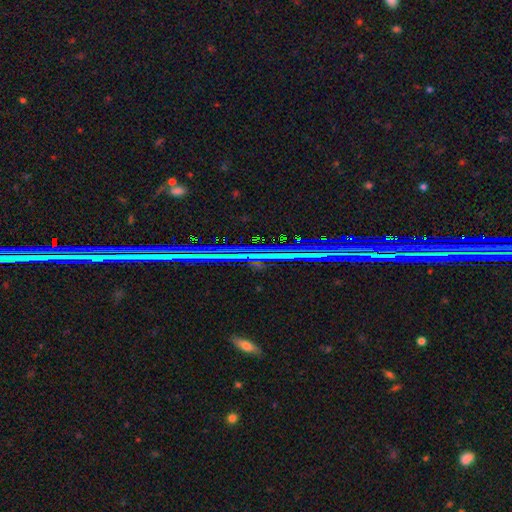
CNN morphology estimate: Q: Smooth or featured?
A: star or artifact (87%); runner-up: featured or disk (7%)